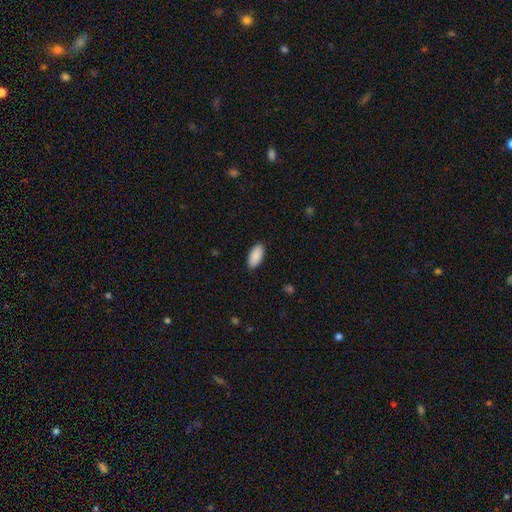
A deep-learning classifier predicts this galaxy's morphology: The model was most divided on "merging": none: 89%, minor disturbance: 8%, major disturbance: 2%, merger: 1%. More confident: how rounded — in between (93%); smooth or featured — smooth (91%).